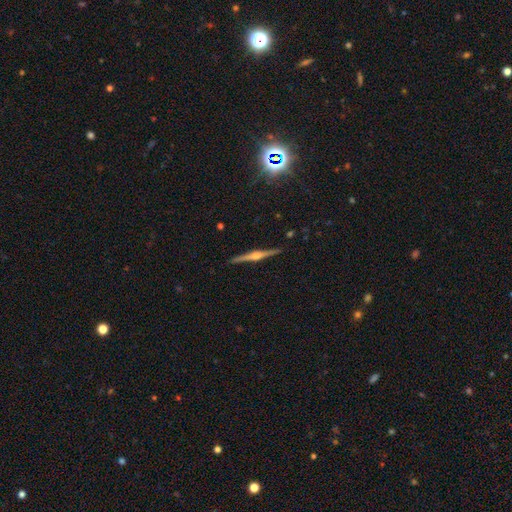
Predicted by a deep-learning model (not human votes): The model was most divided on "edge-on bulge": rounded: 75%, boxy: 19%, none: 6%. More confident: edge-on disk — yes (99%); merging — none (91%); smooth or featured — featured or disk (82%).